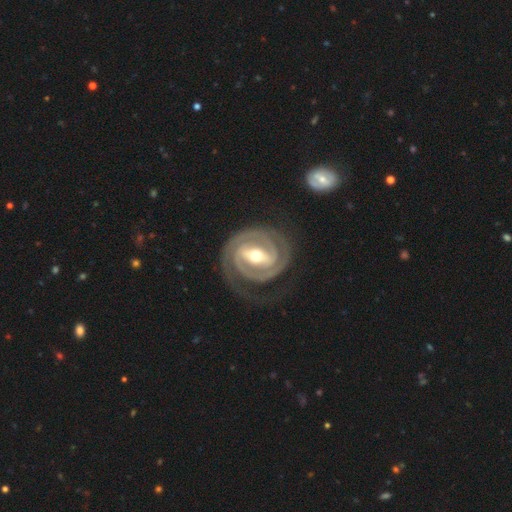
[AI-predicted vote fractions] smooth_or_featured: featured or disk (p=0.92) [alt: smooth p=0.04]
disk_edge_on: no (p=0.97) [alt: yes p=0.03]
bar: strong (p=0.64) [alt: weak p=0.27]
has_spiral_arms: yes (p=0.98) [alt: no p=0.02]
spiral_winding: tight (p=0.78) [alt: medium p=0.19]
spiral_arm_count: 2 (p=0.85) [alt: 1 p=0.04]
bulge_size: moderate (p=0.64) [alt: small p=0.30]
merging: none (p=0.76) [alt: minor disturbance p=0.13]